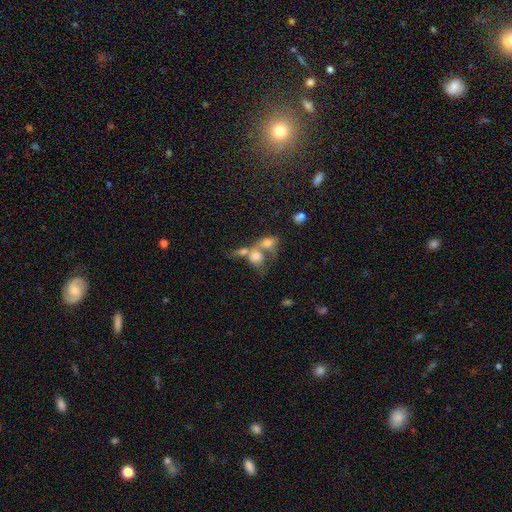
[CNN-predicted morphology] type=smooth (63%); roundness=in between (49%); merging=merger (69%).